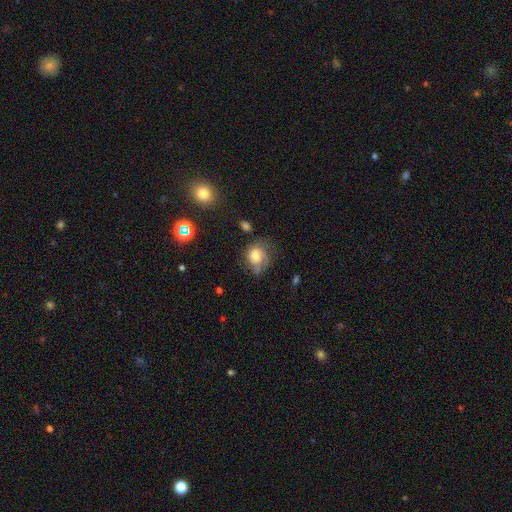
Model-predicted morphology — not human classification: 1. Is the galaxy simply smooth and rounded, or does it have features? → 61% smooth, 27% featured or disk, 12% star or artifact.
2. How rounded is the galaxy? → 64% round, 35% in between, 1% cigar-shaped.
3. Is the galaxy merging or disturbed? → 45% none, 31% minor disturbance, 20% major disturbance, 3% merger.